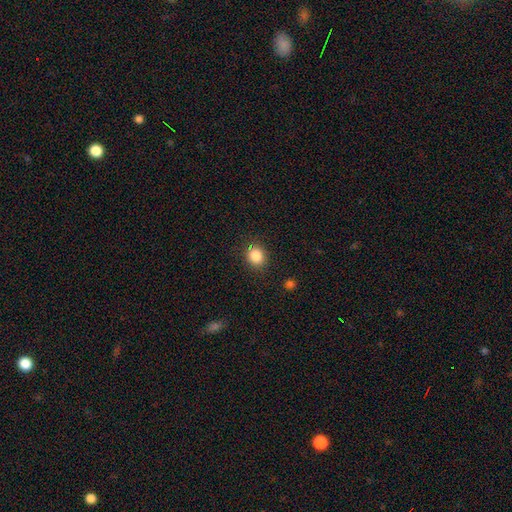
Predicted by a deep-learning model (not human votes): The model was most divided on "how rounded": round: 81%, in between: 18%, cigar-shaped: 1%. More confident: merging — none (87%); smooth or featured — smooth (85%).